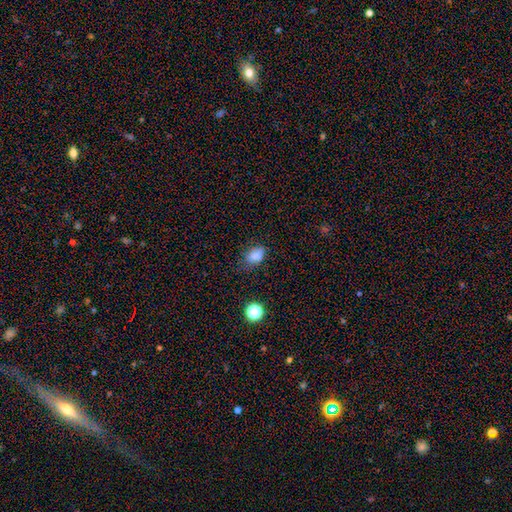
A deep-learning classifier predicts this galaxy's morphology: A smooth galaxy with no disk features (80%) that is in between round and cigar-shaped (80%).

Vote fractions:
- Smooth or featured? smooth: 80% / star or artifact: 13% / featured or disk: 7%
- How rounded? in between: 80% / round: 18% / cigar-shaped: 2%
- Merging? none: 62% / minor disturbance: 29% / major disturbance: 8% / merger: 2%